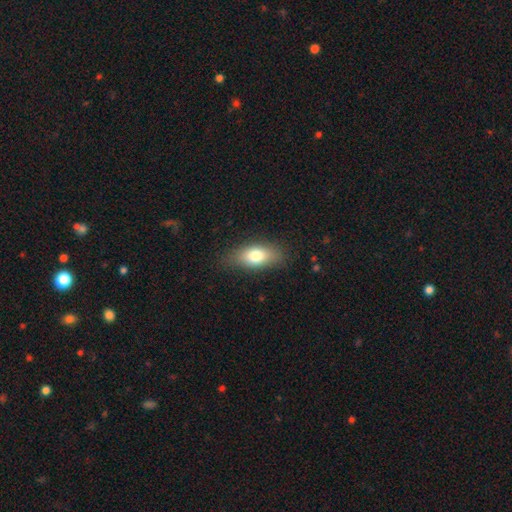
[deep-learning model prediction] A smooth galaxy with no disk features (76%) that is in between round and cigar-shaped (82%). Merging: none (81%).